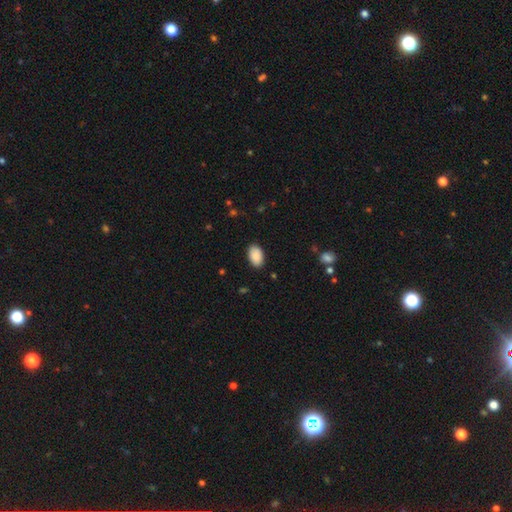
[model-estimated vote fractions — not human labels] Overall: smooth (90%). How rounded: in between (93%). Merging: none (87%).